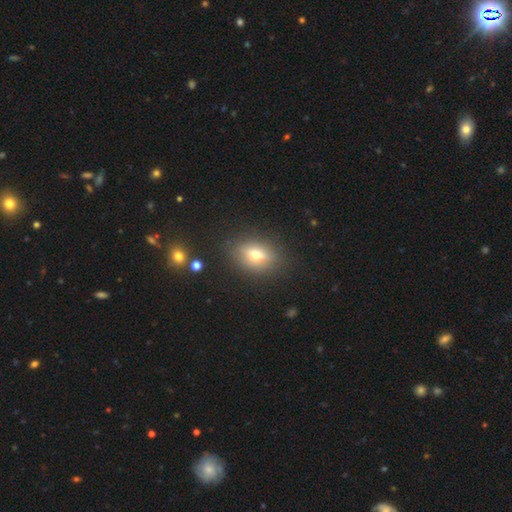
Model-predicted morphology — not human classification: Smooth or featured? Predicted: smooth (p=0.59). How rounded? Predicted: in between (p=0.68). Merging? Predicted: none (p=0.85).